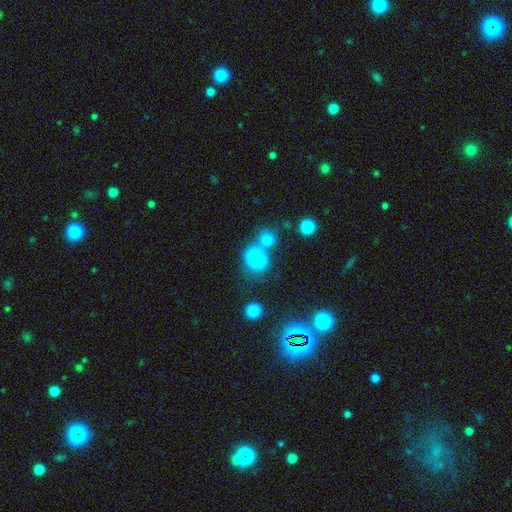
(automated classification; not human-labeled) Q: Smooth or featured?
A: smooth (59%); runner-up: star or artifact (31%)
Q: How rounded?
A: round (58%); runner-up: in between (40%)
Q: Merging?
A: none (47%); runner-up: merger (29%)